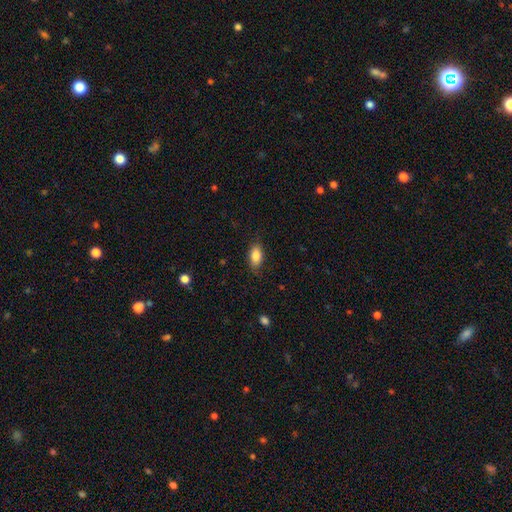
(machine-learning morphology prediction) The model was most divided on "merging": none: 83%, minor disturbance: 13%, major disturbance: 3%, merger: 1%. More confident: how rounded — in between (90%); smooth or featured — smooth (85%).